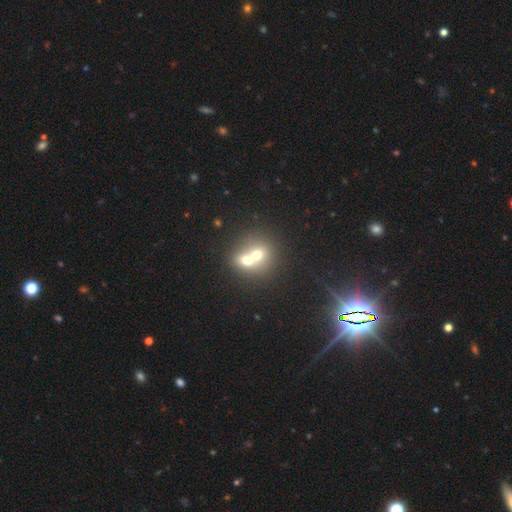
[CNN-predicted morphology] Overall: smooth (61%; featured or disk 24%). How rounded: round (72%). Merging: merger (70%).